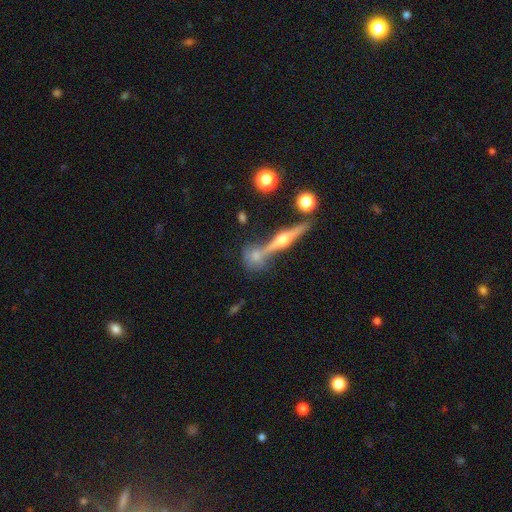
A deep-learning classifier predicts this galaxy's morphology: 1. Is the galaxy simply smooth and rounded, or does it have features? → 48% featured or disk, 40% smooth, 12% star or artifact.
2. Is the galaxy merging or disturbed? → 55% none, 26% merger, 13% minor disturbance, 6% major disturbance.